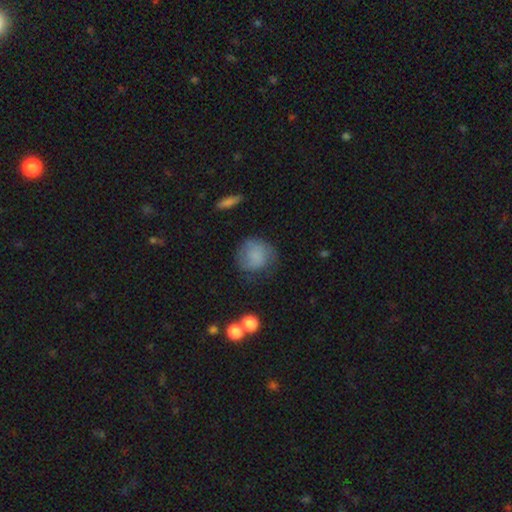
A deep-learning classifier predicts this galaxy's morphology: type=smooth (74%); roundness=round (83%); merging=none (60%).